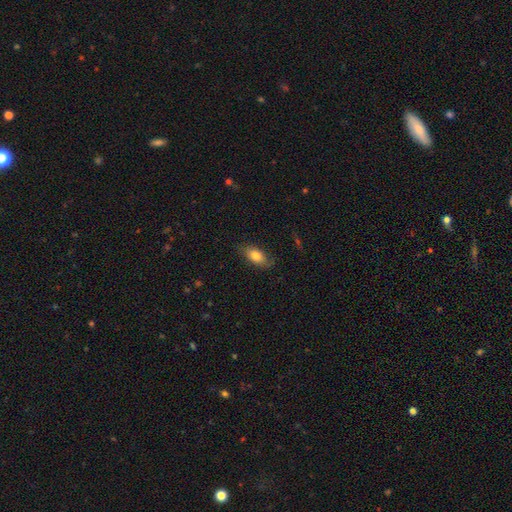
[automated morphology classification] smooth_or_featured: smooth (p=0.77) [alt: featured or disk p=0.16]
how_rounded: in between (p=0.88) [alt: cigar-shaped p=0.06]
merging: none (p=0.75) [alt: minor disturbance p=0.19]